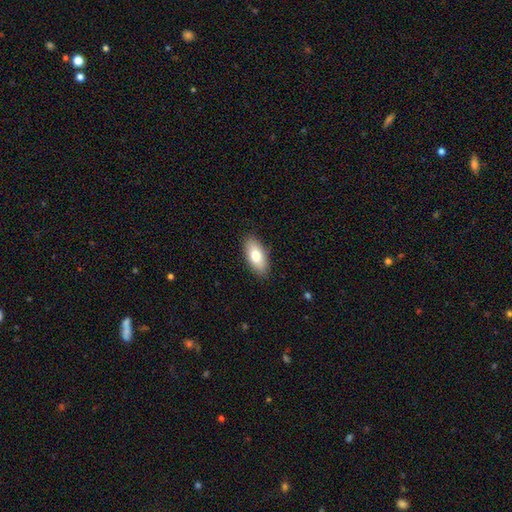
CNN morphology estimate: A smooth galaxy with no disk features (75%) that is in between round and cigar-shaped (88%).

Vote fractions:
- Smooth or featured? smooth: 75% / featured or disk: 18% / star or artifact: 7%
- How rounded? in between: 88% / cigar-shaped: 9% / round: 3%
- Merging? none: 87% / minor disturbance: 10% / major disturbance: 2% / merger: 1%